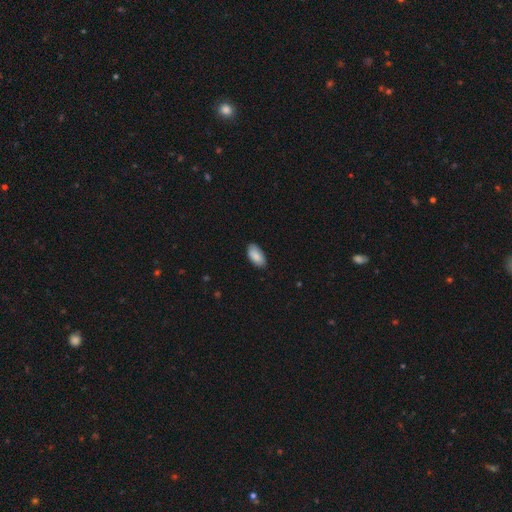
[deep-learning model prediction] A smooth galaxy with no disk features (87%) that is in between round and cigar-shaped (95%).

Vote fractions:
- Smooth or featured? smooth: 87% / featured or disk: 7% / star or artifact: 6%
- How rounded? in between: 95% / cigar-shaped: 3% / round: 2%
- Merging? none: 82% / minor disturbance: 15% / major disturbance: 2% / merger: 1%